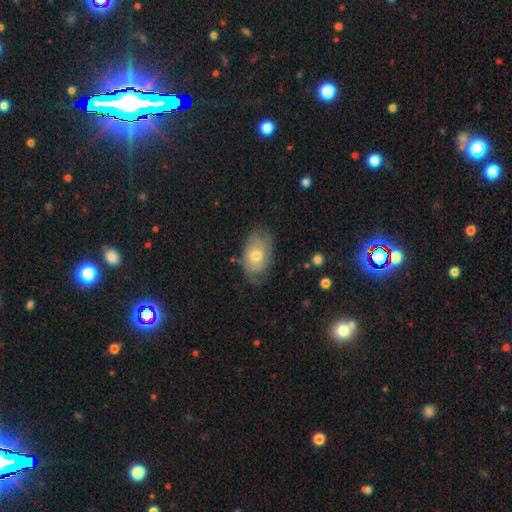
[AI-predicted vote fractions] smooth 48%, featured or disk 45%, star or artifact 8%. Down the decision tree: merging — none (64%).